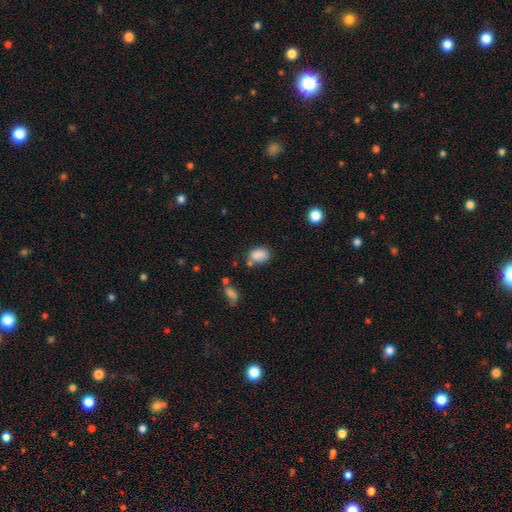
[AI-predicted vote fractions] smooth 84%, star or artifact 10%, featured or disk 7%. Down the decision tree: how rounded — in between (77%); merging — none (58%).